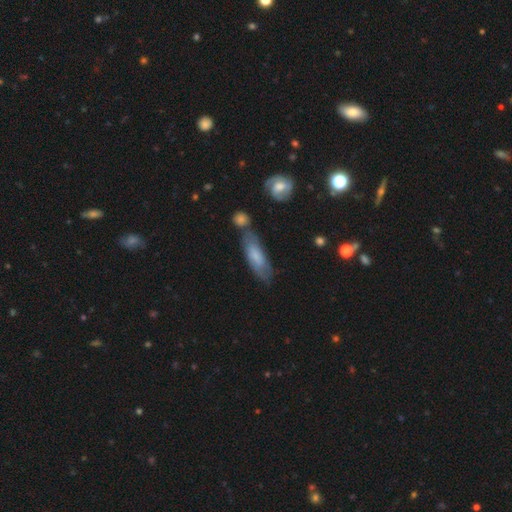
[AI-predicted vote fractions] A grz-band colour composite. It shows a smooth galaxy with no disk features (60%) that is in between round and cigar-shaped (51%). Merging: none (61%).